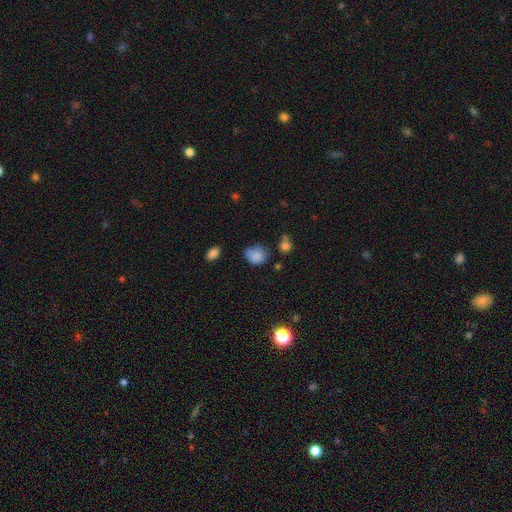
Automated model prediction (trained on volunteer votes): Smooth or featured? smooth (82%)
How rounded? round (57%)
Merging? none (52%)